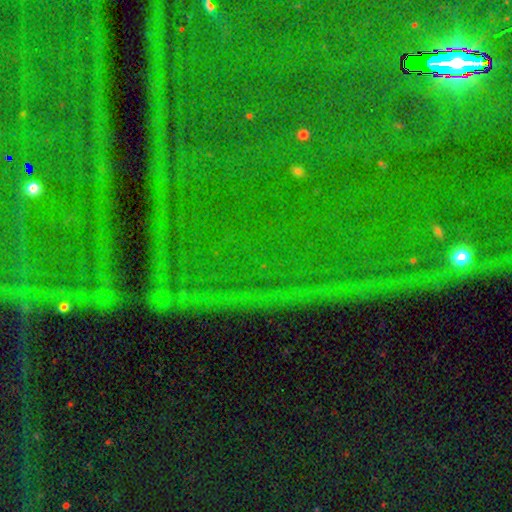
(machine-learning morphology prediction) Smooth or featured?
  - star or artifact: 87% *
  - featured or disk: 7%
  - smooth: 6%